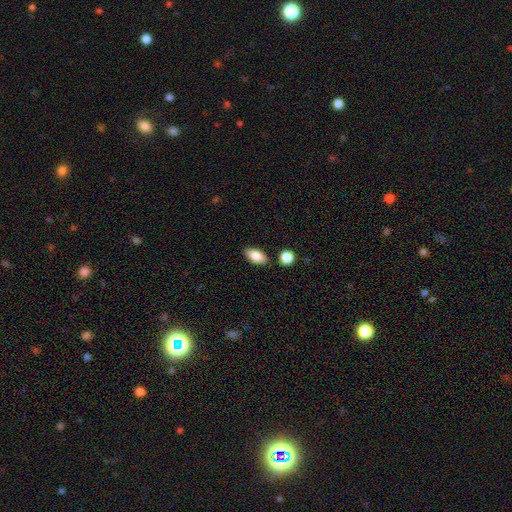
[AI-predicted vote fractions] smooth_or_featured: smooth (p=0.83) [alt: featured or disk p=0.10]
how_rounded: in between (p=0.90) [alt: cigar-shaped p=0.06]
merging: none (p=0.84) [alt: minor disturbance p=0.10]